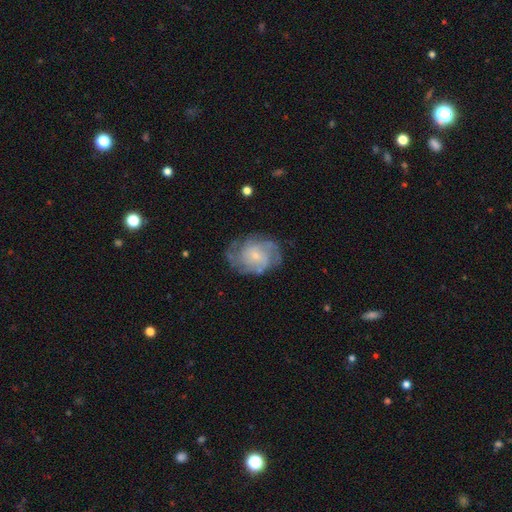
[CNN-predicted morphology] A featured or disk galaxy (72%) with no bar (70%), tight (46%) spiral arms (88%) and a small central bulge (68%).

Vote fractions:
- Smooth or featured? featured or disk: 72% / smooth: 21% / star or artifact: 7%
- Edge-on disk? no: 97% / yes: 3%
- Bar? no: 70% / weak: 27% / strong: 3%
- Spiral arms? yes: 88% / no: 12%
- Spiral winding? tight: 46% / medium: 39% / loose: 15%
- Spiral arm count? can't tell: 41% / 3: 18% / 4: 16% / 2: 14% / more than 4: 6% / 1: 5%
- Bulge size? small: 68% / moderate: 24% / none: 5% / large: 2% / dominant: 1%
- Merging? none: 68% / minor disturbance: 20% / major disturbance: 10% / merger: 1%